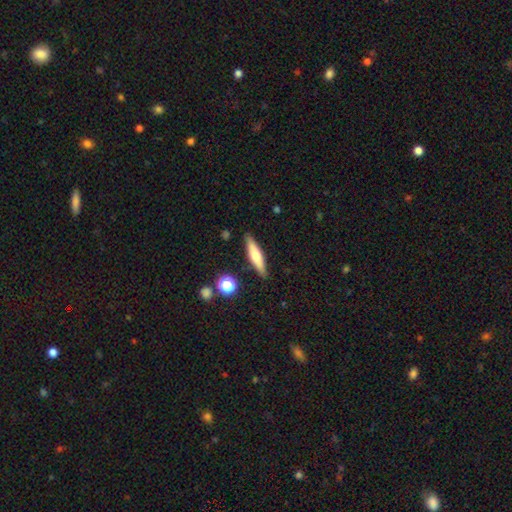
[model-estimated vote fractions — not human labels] Morphology: type=smooth (56%); roundness=cigar-shaped (77%); merging=none (87%).